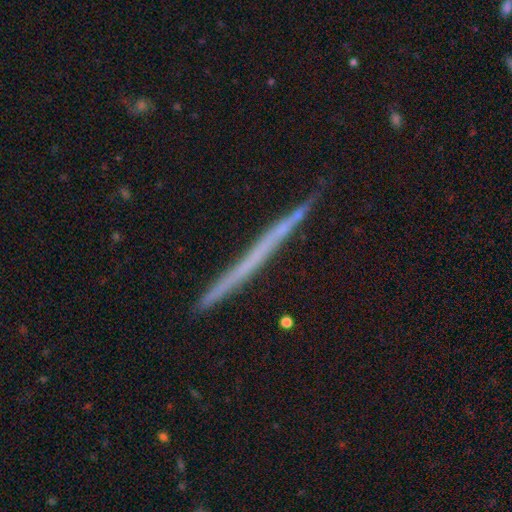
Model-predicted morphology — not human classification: Smooth or featured? Predicted: featured or disk (p=0.54). Edge-on disk? Predicted: yes (p=0.97). Edge-on bulge? Predicted: none (p=0.94). Merging? Predicted: none (p=0.89).